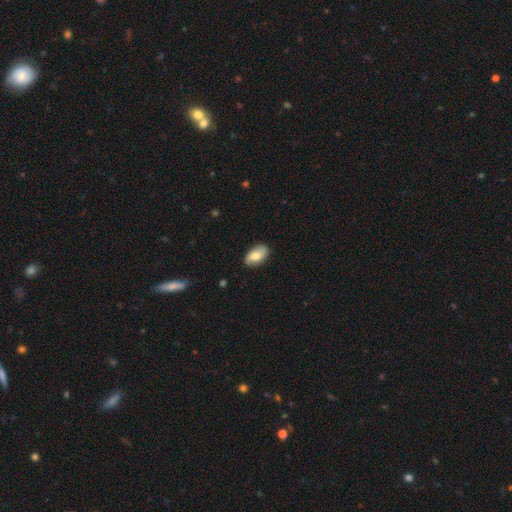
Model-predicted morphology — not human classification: Q: Smooth or featured?
A: smooth (64%); runner-up: featured or disk (29%)
Q: How rounded?
A: in between (93%); runner-up: round (5%)
Q: Merging?
A: none (83%); runner-up: minor disturbance (13%)